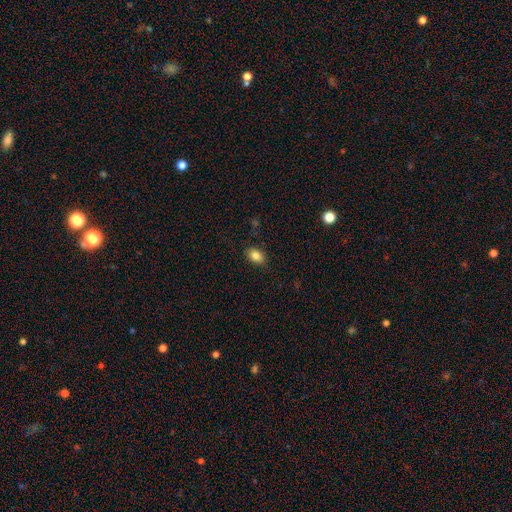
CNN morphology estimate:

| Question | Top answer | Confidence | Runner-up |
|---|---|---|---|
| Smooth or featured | smooth | 84% | star or artifact (9%) |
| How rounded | in between | 82% | round (17%) |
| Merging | none | 85% | minor disturbance (11%) |